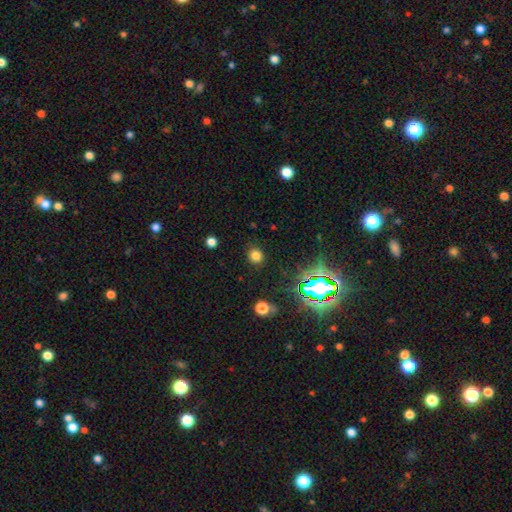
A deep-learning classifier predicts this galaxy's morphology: Smooth or featured? smooth (74%)
How rounded? round (84%)
Merging? none (87%)